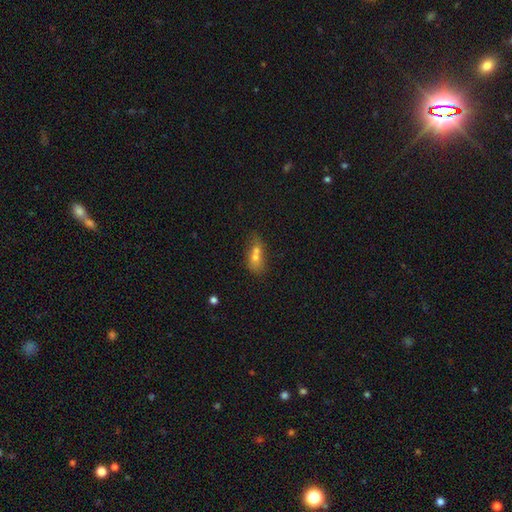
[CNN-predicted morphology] smooth-or-featured: smooth: 66% | featured or disk: 22% | star or artifact: 12%
  how-rounded: in between: 70% | round: 23% | cigar-shaped: 8%
  merging: merger: 59% | none: 24% | minor disturbance: 10% | major disturbance: 6%